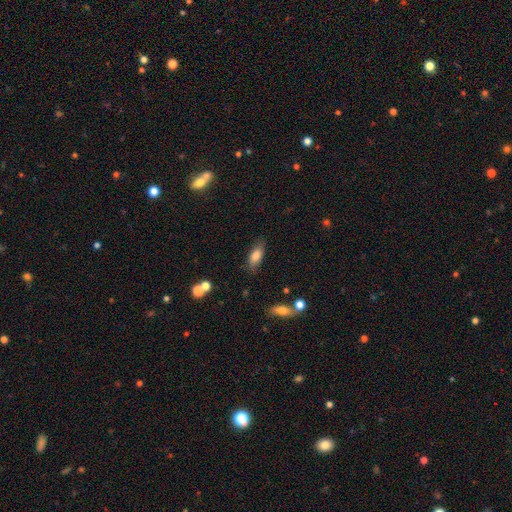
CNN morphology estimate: smooth-or-featured: smooth: 79% | featured or disk: 13% | star or artifact: 8%
  how-rounded: in between: 80% | cigar-shaped: 17% | round: 3%
  merging: none: 78% | minor disturbance: 16% | major disturbance: 4% | merger: 3%